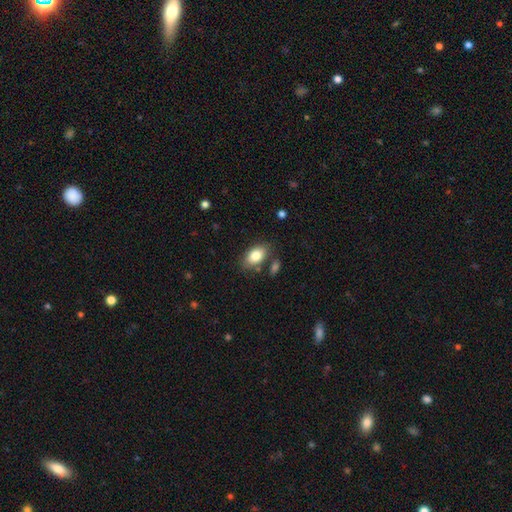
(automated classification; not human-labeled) smooth_or_featured: smooth (p=0.83) [alt: featured or disk p=0.10]
how_rounded: in between (p=0.90) [alt: round p=0.08]
merging: none (p=0.76) [alt: minor disturbance p=0.13]